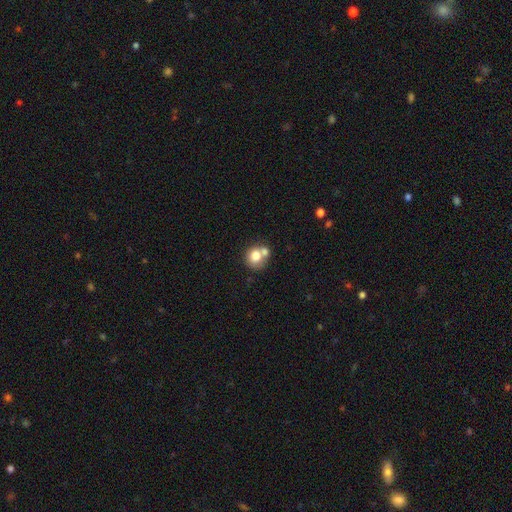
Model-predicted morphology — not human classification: Smooth or featured: smooth — 75% (featured or disk — 15%)
How rounded: round — 78% (in between — 21%)
Merging: merger — 44% (none — 42%)